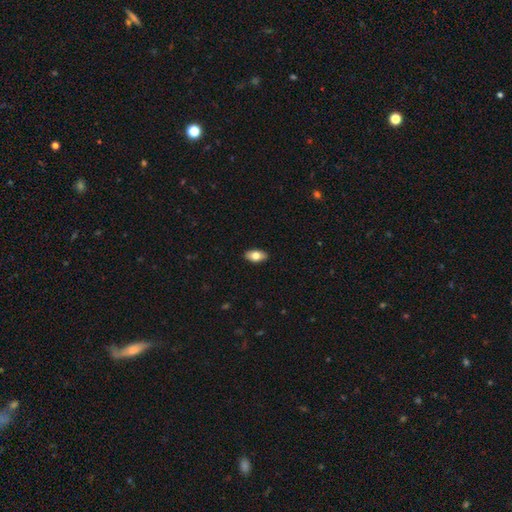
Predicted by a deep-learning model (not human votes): Overall: smooth (77%). How rounded: in between (92%). Merging: none (90%).